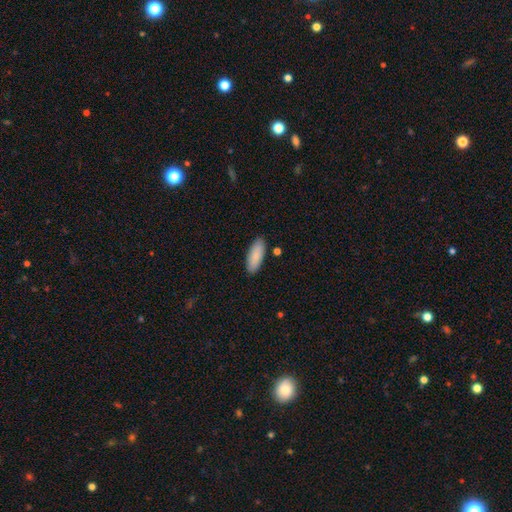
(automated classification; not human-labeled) Smooth or featured: smooth — 88% (featured or disk — 7%)
How rounded: in between — 76% (cigar-shaped — 22%)
Merging: none — 87% (minor disturbance — 9%)